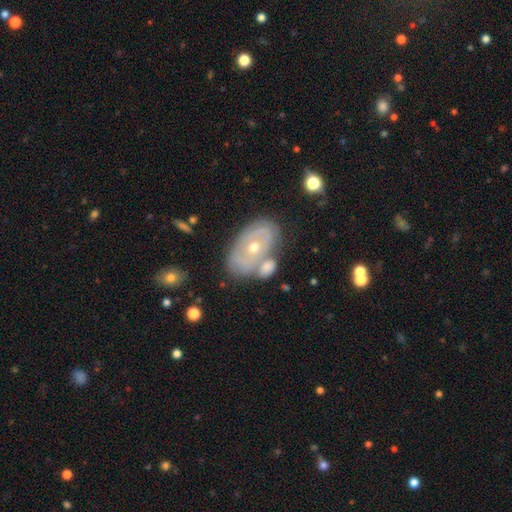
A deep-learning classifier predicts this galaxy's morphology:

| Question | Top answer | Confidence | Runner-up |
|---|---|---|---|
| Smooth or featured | featured or disk | 68% | smooth (25%) |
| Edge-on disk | no | 92% | yes (8%) |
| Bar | no | 74% | weak (19%) |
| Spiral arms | yes | 55% | no (45%) |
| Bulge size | moderate | 54% | small (42%) |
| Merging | none | 57% | merger (22%) |